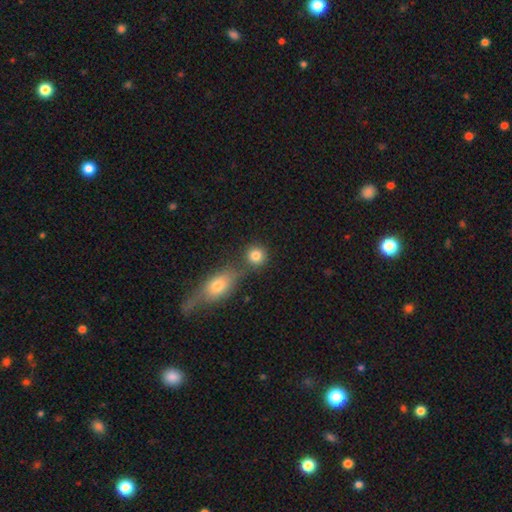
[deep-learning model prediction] smooth_or_featured: smooth (p=0.83) [alt: star or artifact p=0.10]
how_rounded: round (p=0.87) [alt: in between p=0.12]
merging: none (p=0.67) [alt: merger p=0.21]